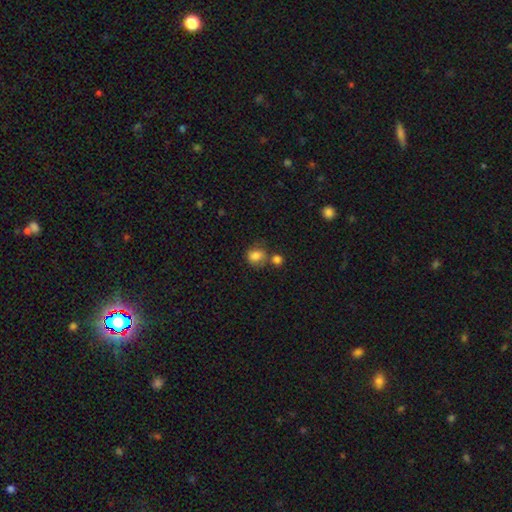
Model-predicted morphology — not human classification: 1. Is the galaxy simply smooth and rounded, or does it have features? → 81% smooth, 11% star or artifact, 9% featured or disk.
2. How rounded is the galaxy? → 64% round, 35% in between, 1% cigar-shaped.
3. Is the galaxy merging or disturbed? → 54% none, 25% merger, 16% minor disturbance, 5% major disturbance.